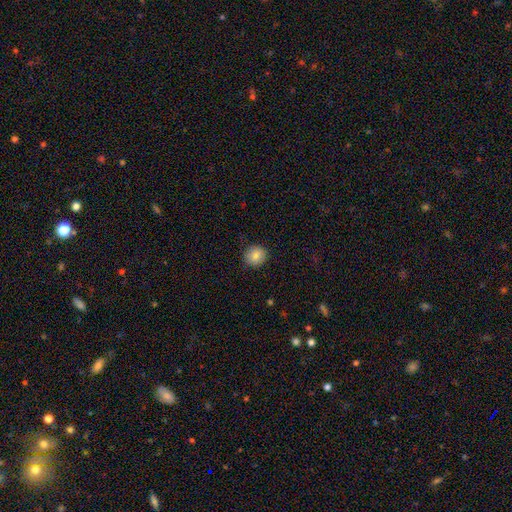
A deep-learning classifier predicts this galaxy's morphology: smooth-or-featured: smooth: 84% | star or artifact: 9% | featured or disk: 7%
  how-rounded: round: 84% | in between: 15% | cigar-shaped: 1%
  merging: none: 87% | minor disturbance: 9% | major disturbance: 2% | merger: 1%